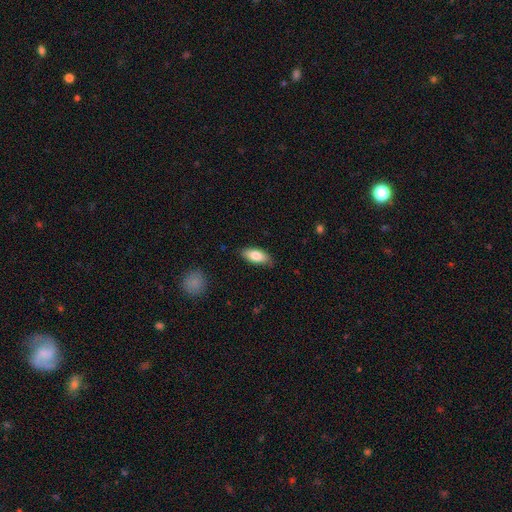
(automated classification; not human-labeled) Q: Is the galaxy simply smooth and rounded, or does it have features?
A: smooth — 82%.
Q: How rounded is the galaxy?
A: in between — 84%.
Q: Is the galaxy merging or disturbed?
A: none — 82%.